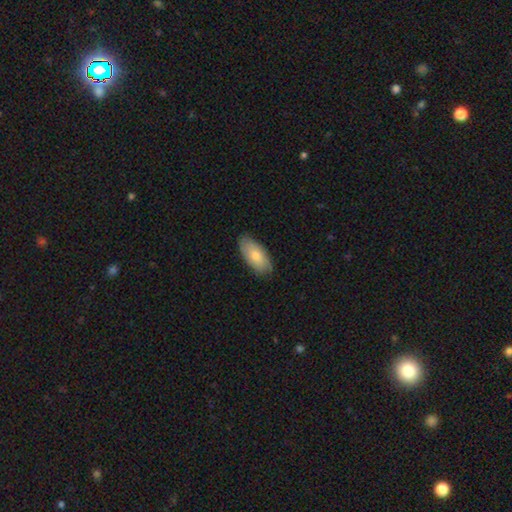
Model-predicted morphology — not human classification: smooth 77%, featured or disk 18%, star or artifact 5%. Down the decision tree: how rounded — in between (92%); merging — none (82%).